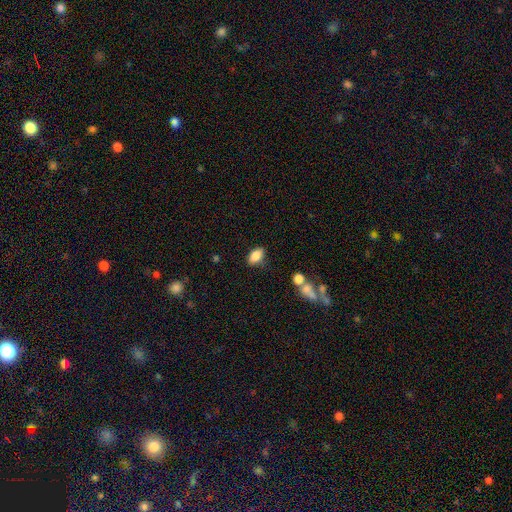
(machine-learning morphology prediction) Overall: smooth (84%). How rounded: in between (90%). Merging: none (80%).